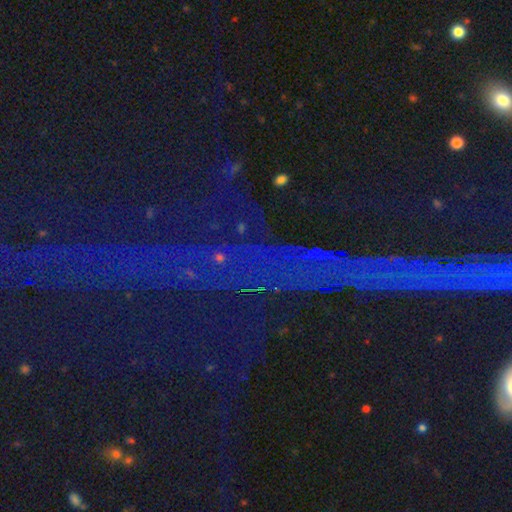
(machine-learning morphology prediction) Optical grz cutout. It shows a star or artifact, not a galaxy (83%).